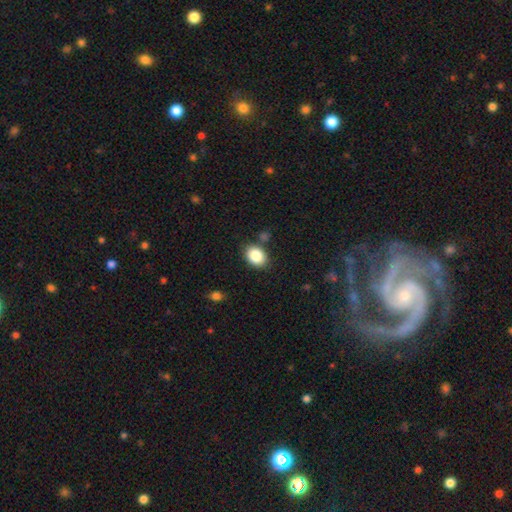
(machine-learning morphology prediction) smooth 87%, star or artifact 8%, featured or disk 5%. Down the decision tree: how rounded — in between (66%); merging — none (79%).